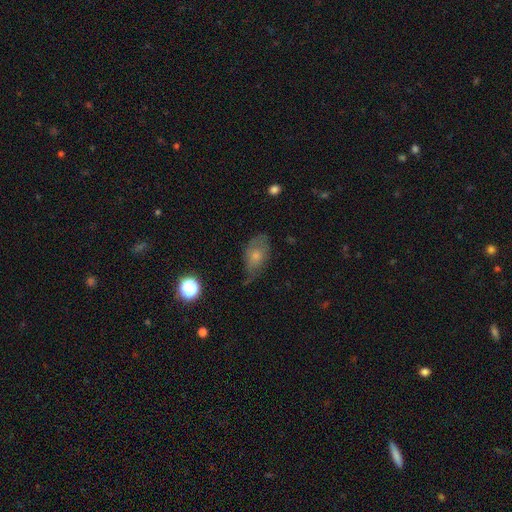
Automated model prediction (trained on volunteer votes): Smooth or featured? smooth (64%)
How rounded? in between (87%)
Merging? none (47%)